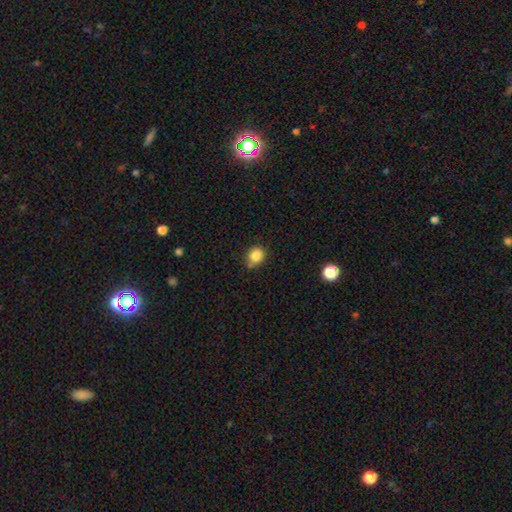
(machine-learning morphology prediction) The model was most divided on "merging": none: 68%, minor disturbance: 22%, merger: 6%, major disturbance: 4%. More confident: smooth or featured — smooth (85%); how rounded — round (73%).